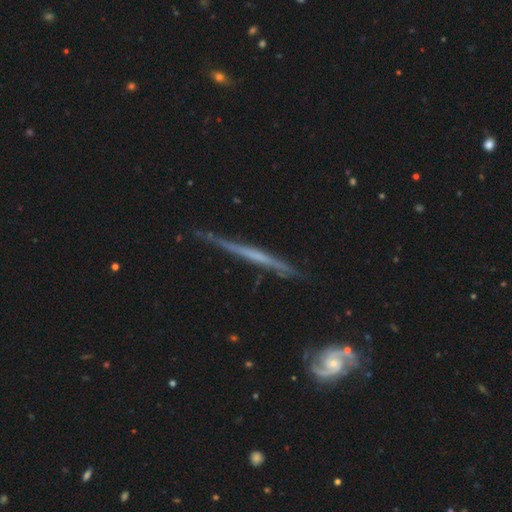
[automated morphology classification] smooth-or-featured: featured or disk: 72% | smooth: 22% | star or artifact: 6%
  disk-edge-on: yes: 93% | no: 7%
    edge-on-bulge: none: 81% | rounded: 12% | boxy: 7%
  merging: none: 75% | minor disturbance: 19% | major disturbance: 4% | merger: 3%